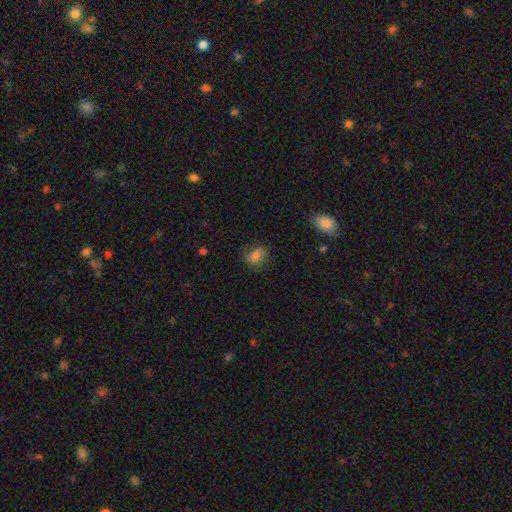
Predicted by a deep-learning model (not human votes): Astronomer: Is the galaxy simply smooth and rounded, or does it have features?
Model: smooth — 70%.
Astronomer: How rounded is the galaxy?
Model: in between — 52% (runner-up: round, 46%).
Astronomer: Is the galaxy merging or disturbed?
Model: none — 61%.